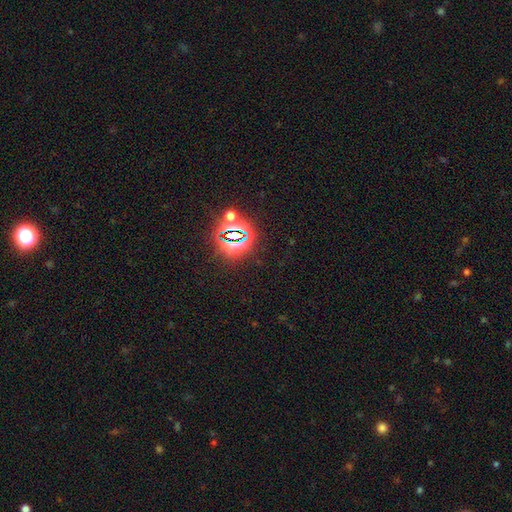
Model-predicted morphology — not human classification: type=star or artifact (77%).